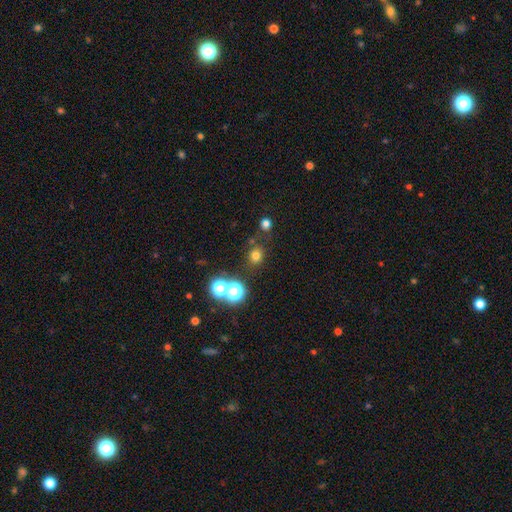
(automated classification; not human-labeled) smooth 70%, star or artifact 23%, featured or disk 7%. Down the decision tree: how rounded — round (81%); merging — none (76%).